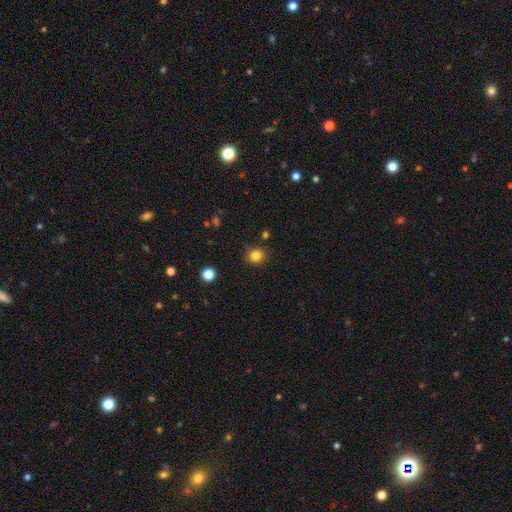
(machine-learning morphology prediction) This appears to be a smooth galaxy with no disk features (83%) that is round (90%). Merging: none (85%).